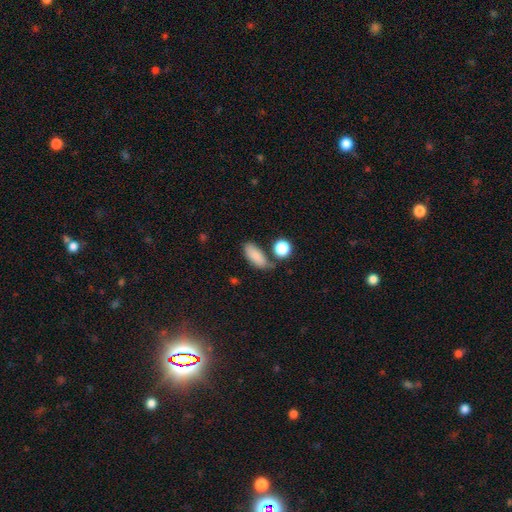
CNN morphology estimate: The model was most divided on "merging": none: 61%, minor disturbance: 20%, merger: 13%, major disturbance: 6%. More confident: smooth or featured — smooth (83%); how rounded — in between (82%).